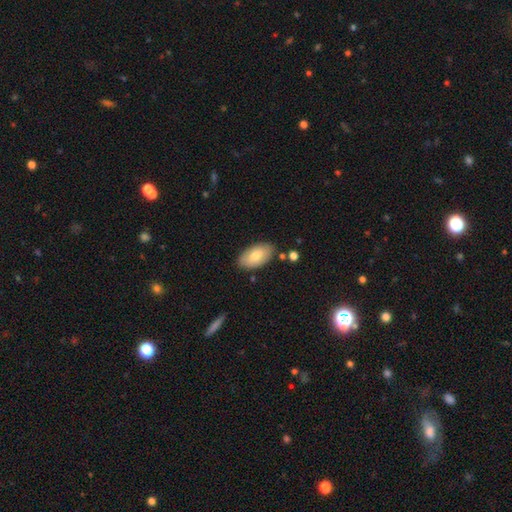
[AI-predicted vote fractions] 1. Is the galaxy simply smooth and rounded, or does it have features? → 77% smooth, 17% featured or disk, 6% star or artifact.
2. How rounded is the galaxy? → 95% in between, 3% round, 2% cigar-shaped.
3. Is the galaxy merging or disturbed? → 83% none, 11% minor disturbance, 3% merger, 2% major disturbance.